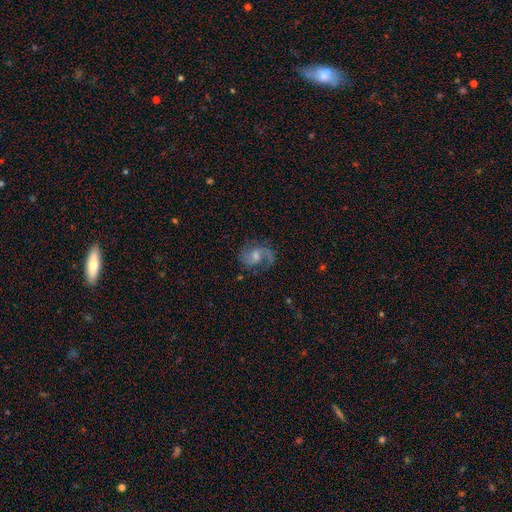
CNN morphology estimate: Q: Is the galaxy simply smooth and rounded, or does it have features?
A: featured or disk — 86%.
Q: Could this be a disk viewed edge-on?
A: no — 98%.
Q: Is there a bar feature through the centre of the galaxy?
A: weak — 46%.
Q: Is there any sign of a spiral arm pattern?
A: yes — 97%.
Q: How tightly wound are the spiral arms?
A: medium — 58%.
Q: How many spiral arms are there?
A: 2 — 88%.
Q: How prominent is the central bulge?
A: moderate — 52%.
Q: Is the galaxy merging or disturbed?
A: none — 77%.